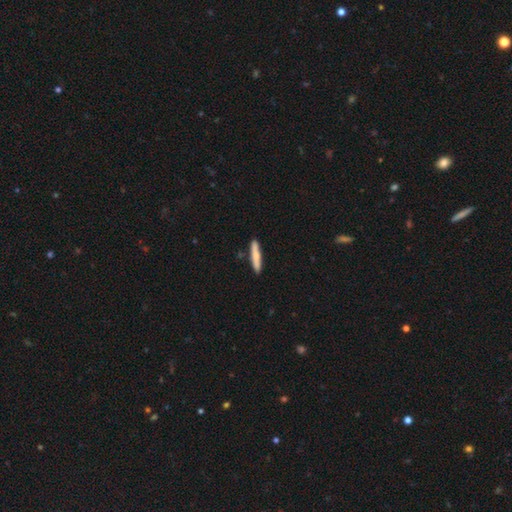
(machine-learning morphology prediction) This is likely a smooth galaxy (70%). How rounded: clearly cigar-shaped (91%). Merging: clearly none (88%).